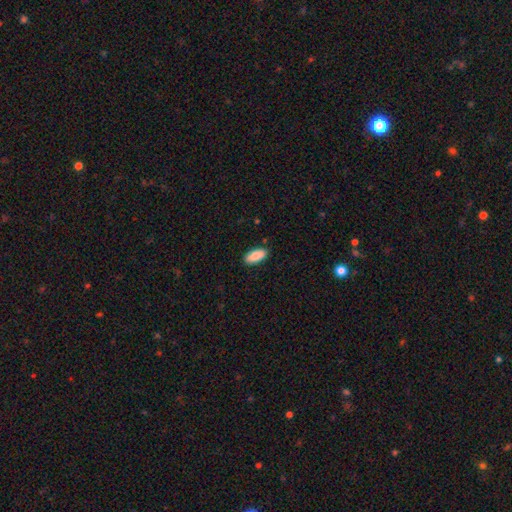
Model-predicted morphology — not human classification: Smooth or featured? smooth (88%)
How rounded? in between (87%)
Merging? none (89%)